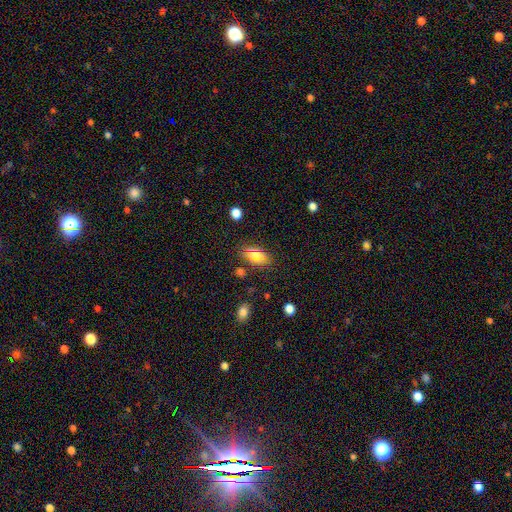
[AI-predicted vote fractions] Overall: smooth (68%). How rounded: in between (85%). Merging: none (82%).